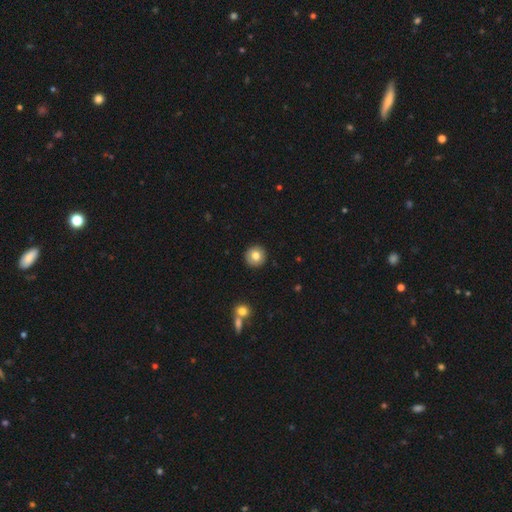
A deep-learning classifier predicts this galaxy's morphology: This appears to be a smooth galaxy with no disk features (79%) that is round (95%). Merging: none (92%).